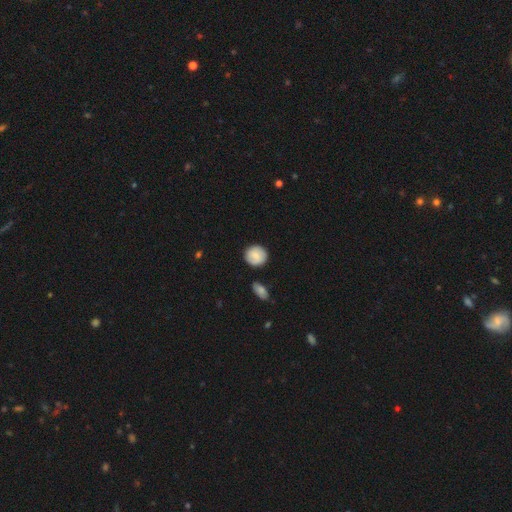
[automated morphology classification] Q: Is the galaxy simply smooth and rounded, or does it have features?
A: smooth — 80%.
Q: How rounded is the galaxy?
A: round — 89%.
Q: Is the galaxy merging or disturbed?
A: none — 84%.